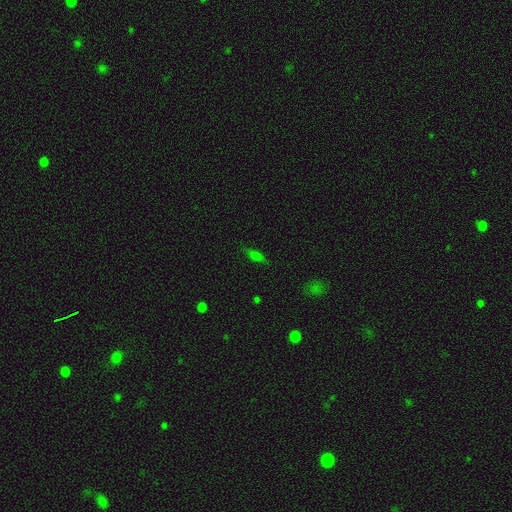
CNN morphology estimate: Smooth or featured?
  - smooth: 51% *
  - featured or disk: 29%
  - star or artifact: 20%
How rounded?
  - in between: 50% *
  - cigar-shaped: 43%
  - round: 7%
Merging?
  - none: 83% *
  - minor disturbance: 13%
  - major disturbance: 3%
  - merger: 2%